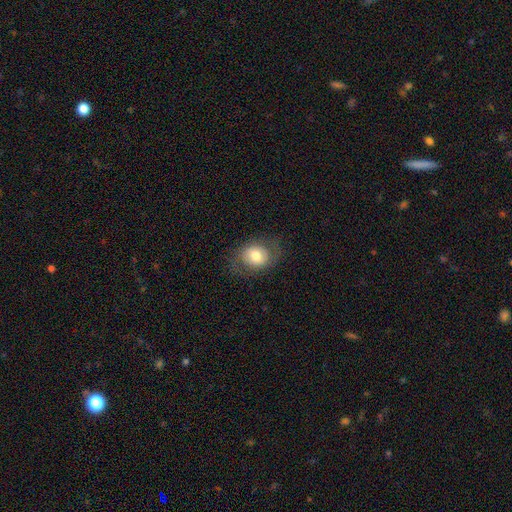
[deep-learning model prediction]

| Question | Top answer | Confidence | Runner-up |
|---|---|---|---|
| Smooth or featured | smooth | 67% | featured or disk (24%) |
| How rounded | round | 53% | in between (46%) |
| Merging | none | 73% | minor disturbance (16%) |